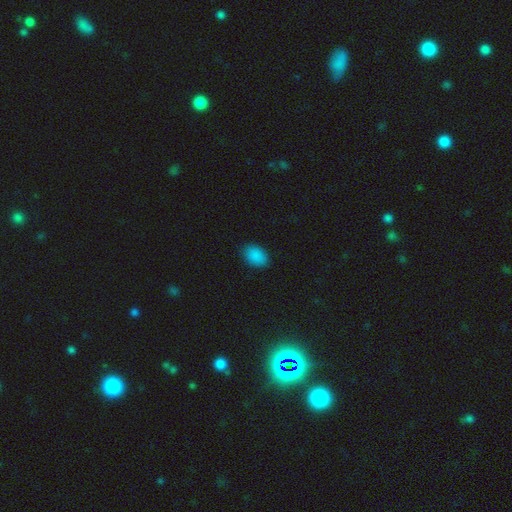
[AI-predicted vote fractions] Smooth or featured? Predicted: smooth (p=0.87). How rounded? Predicted: in between (p=0.83). Merging? Predicted: none (p=0.86).